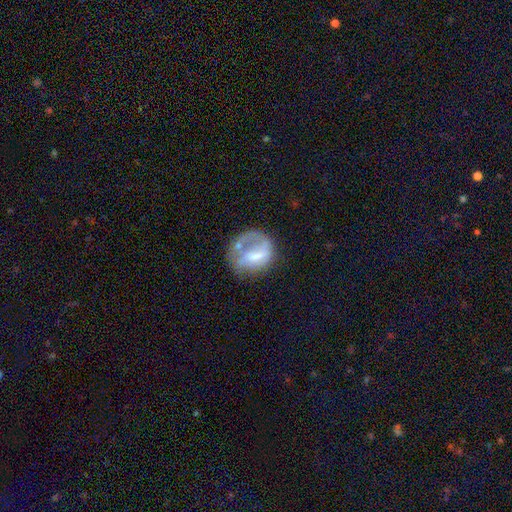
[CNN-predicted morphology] A featured or disk galaxy (50%). Merging: none (38%).